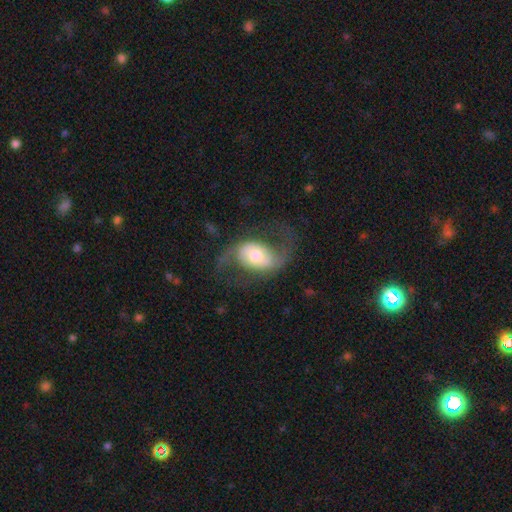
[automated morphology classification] Smooth or featured: featured or disk — 76% (smooth — 18%)
Edge-on disk: no — 96% (yes — 4%)
Bar: no — 47% (weak — 34%)
Spiral arms: yes — 90% (no — 10%)
Spiral winding: loose — 62% (medium — 31%)
Spiral arm count: 2 — 91% (can't tell — 3%)
Bulge size: moderate — 62% (large — 18%)
Merging: none — 60% (major disturbance — 21%)